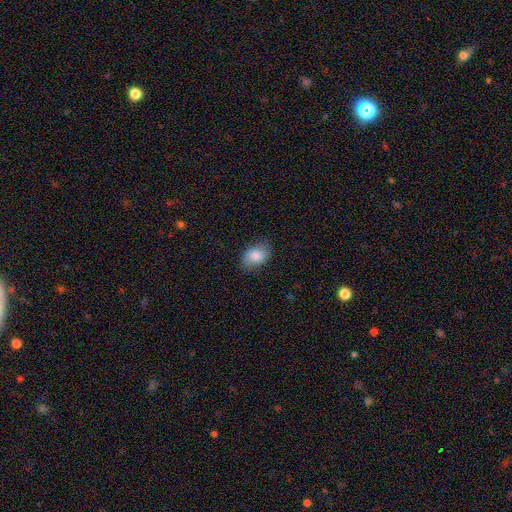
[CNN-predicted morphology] A smooth galaxy with no disk features (83%) that is in between round and cigar-shaped (84%).

Vote fractions:
- Smooth or featured? smooth: 83% / featured or disk: 10% / star or artifact: 7%
- How rounded? in between: 84% / round: 15% / cigar-shaped: 1%
- Merging? none: 79% / minor disturbance: 16% / major disturbance: 4% / merger: 1%